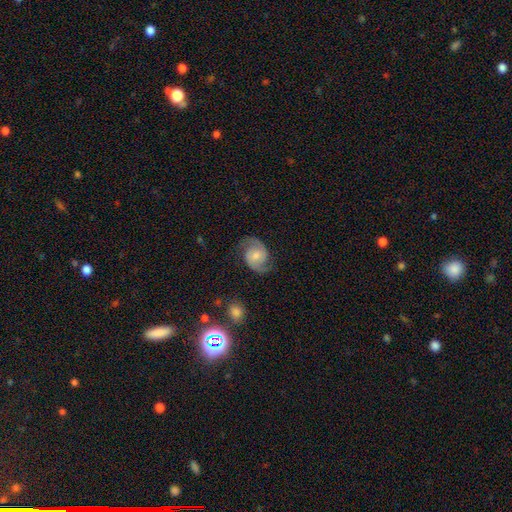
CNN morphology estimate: This is clearly a featured or disk galaxy (84%). It is clearly not viewed edge-on (98%). Bar: possibly no (58%). Spiral arm pattern: clearly yes (97%). Spiral arm count: clearly 2 (93%). Spiral winding: possibly medium (54%). Central bulge: possibly moderate (50%). Merging: likely none (78%).